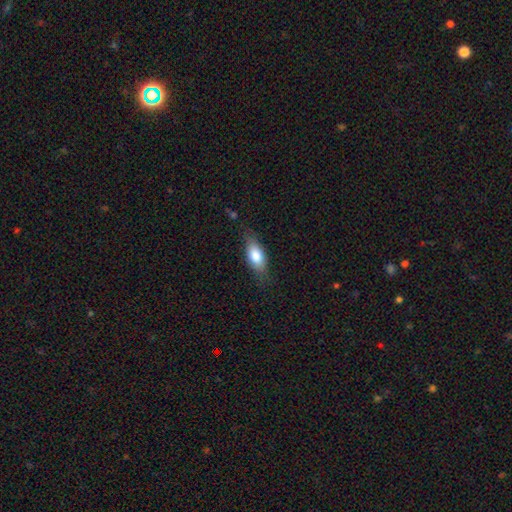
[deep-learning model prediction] A smooth galaxy with no disk features (76%) that is in between round and cigar-shaped (79%).

Vote fractions:
- Smooth or featured? smooth: 76% / featured or disk: 18% / star or artifact: 7%
- How rounded? in between: 79% / cigar-shaped: 17% / round: 4%
- Merging? none: 73% / minor disturbance: 20% / major disturbance: 5% / merger: 1%